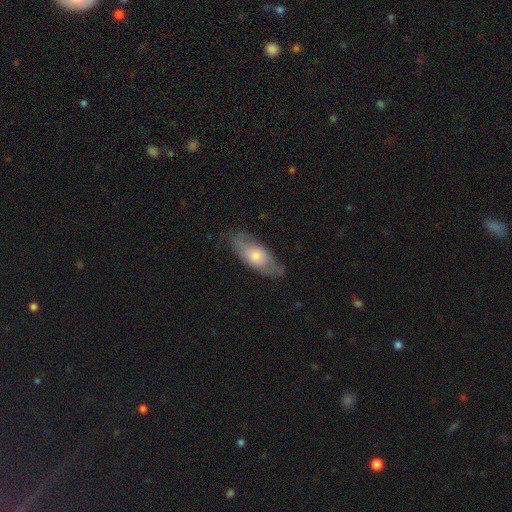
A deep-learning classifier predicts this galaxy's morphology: A smooth galaxy with no disk features (54%) that is in between round and cigar-shaped (75%).

Vote fractions:
- Smooth or featured? smooth: 54% / featured or disk: 40% / star or artifact: 6%
- How rounded? in between: 75% / cigar-shaped: 22% / round: 3%
- Merging? none: 70% / minor disturbance: 22% / major disturbance: 6% / merger: 1%